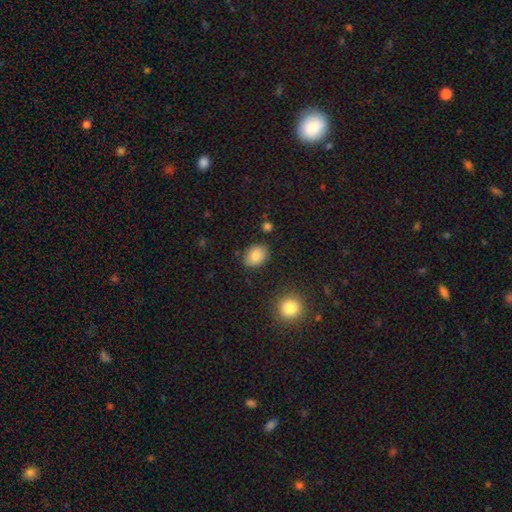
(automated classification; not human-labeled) The model was most divided on "how rounded": in between: 66%, round: 33%, cigar-shaped: 1%. More confident: merging — none (85%); smooth or featured — smooth (84%).